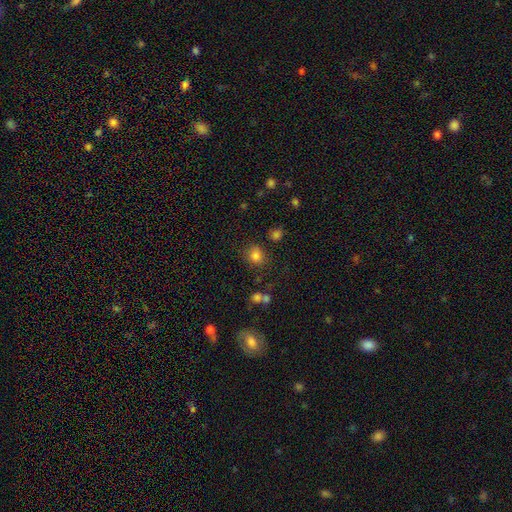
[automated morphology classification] Overall: smooth (81%). How rounded: round (72%). Merging: none (78%).